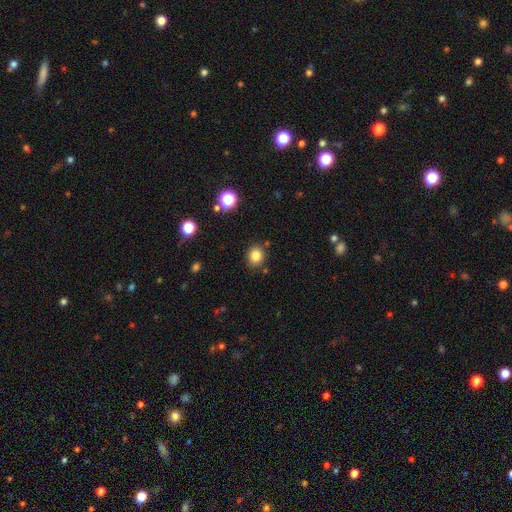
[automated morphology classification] This is clearly a smooth galaxy (82%). How rounded: likely round (75%). Merging: clearly none (86%).